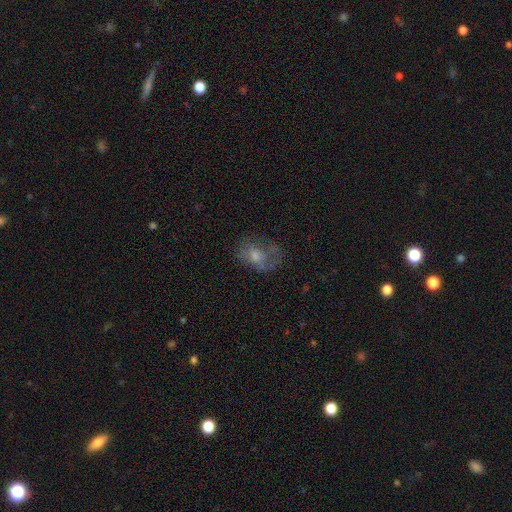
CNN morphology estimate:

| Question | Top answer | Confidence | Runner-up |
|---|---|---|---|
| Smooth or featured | featured or disk | 44% | smooth (41%) |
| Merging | none | 53% | minor disturbance (23%) |